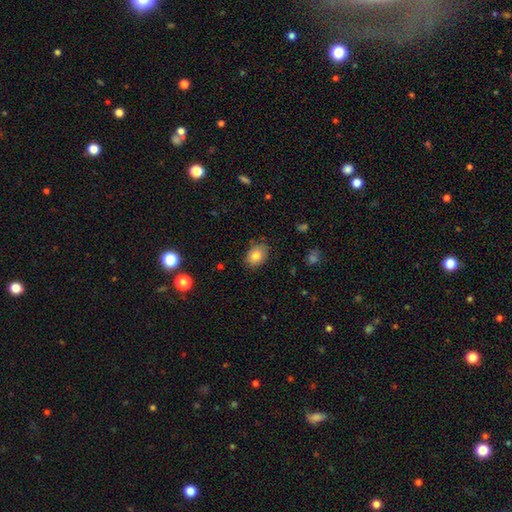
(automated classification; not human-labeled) smooth 82%, featured or disk 9%, star or artifact 9%. Down the decision tree: how rounded — in between (73%); merging — none (82%).